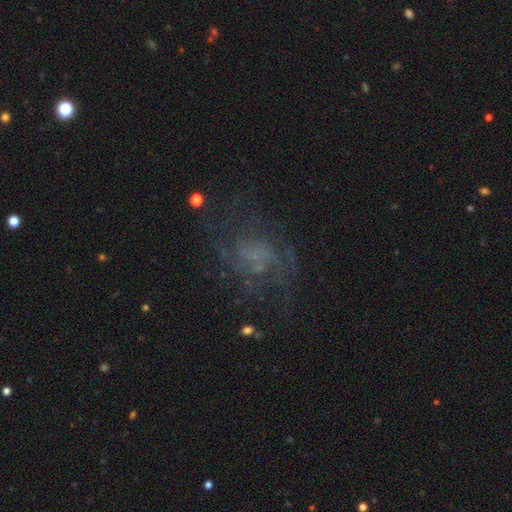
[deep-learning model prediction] Smooth or featured?
  - featured or disk: 63% *
  - star or artifact: 20%
  - smooth: 17%
Edge-on disk?
  - no: 97% *
  - yes: 3%
Bar?
  - no: 72% *
  - weak: 24%
  - strong: 5%
Spiral arms?
  - yes: 75% *
  - no: 25%
Bulge size?
  - none: 59% *
  - small: 25%
  - moderate: 11%
  - large: 3%
  - dominant: 1%
Merging?
  - none: 59% *
  - major disturbance: 23%
  - minor disturbance: 16%
  - merger: 2%